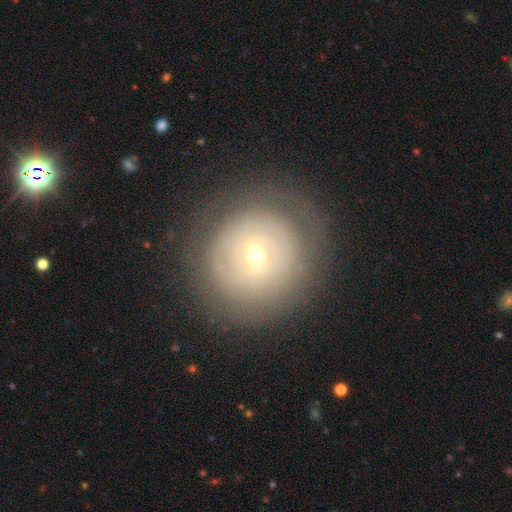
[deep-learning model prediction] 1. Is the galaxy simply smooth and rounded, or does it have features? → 79% featured or disk, 15% smooth, 6% star or artifact.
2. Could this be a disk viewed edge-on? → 97% no, 3% yes.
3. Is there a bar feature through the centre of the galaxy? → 50% weak, 27% no, 22% strong.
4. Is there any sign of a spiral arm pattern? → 84% yes, 16% no.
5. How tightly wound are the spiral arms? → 83% tight, 13% medium, 4% loose.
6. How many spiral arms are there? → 50% can't tell, 18% 2, 11% 3, 10% 4, 6% more than 4, 5% 1.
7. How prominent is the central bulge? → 54% small, 43% moderate, 2% large, 1% dominant, 1% none.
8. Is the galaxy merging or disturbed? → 81% none, 12% minor disturbance, 5% major disturbance, 1% merger.